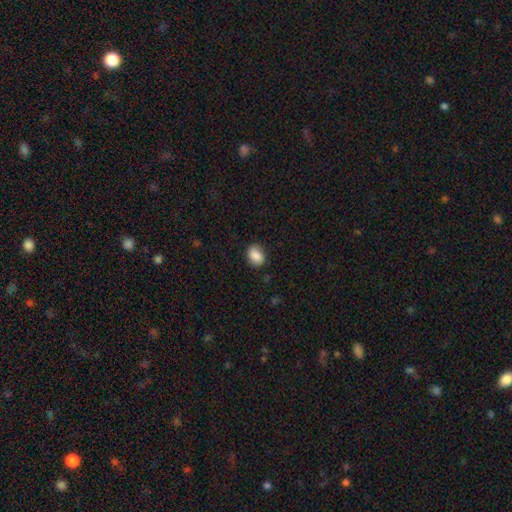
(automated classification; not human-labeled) Smooth or featured? smooth (86%)
How rounded? in between (70%)
Merging? none (81%)